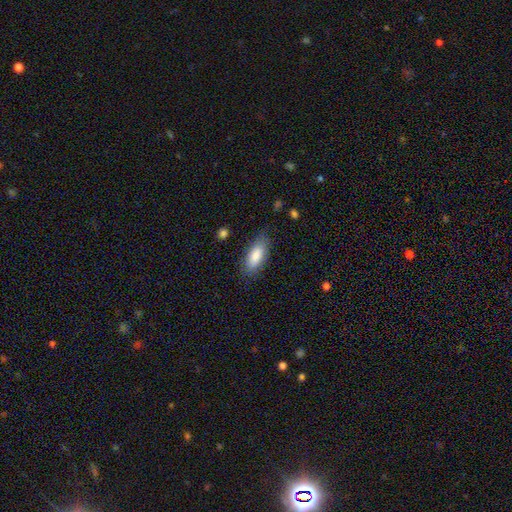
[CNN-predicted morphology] Smooth or featured? Predicted: smooth (p=0.85). How rounded? Predicted: in between (p=0.80). Merging? Predicted: none (p=0.81).